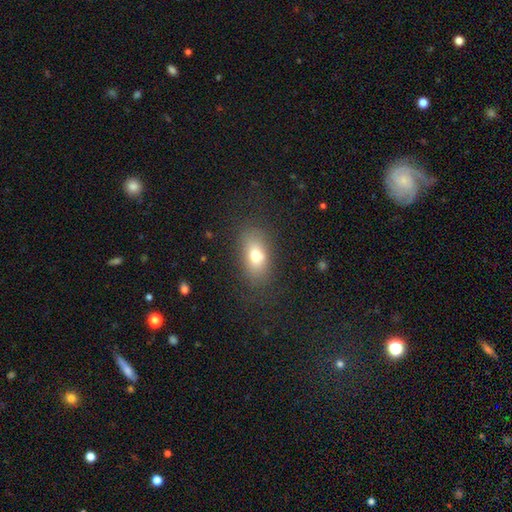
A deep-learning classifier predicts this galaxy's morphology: A smooth galaxy with no disk features (74%) that is in between round and cigar-shaped (84%). Merging: none (78%).